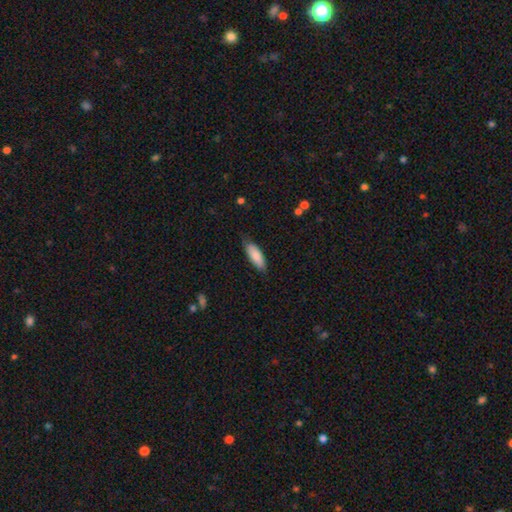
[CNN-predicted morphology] smooth_or_featured: smooth (p=0.84) [alt: featured or disk p=0.11]
how_rounded: in between (p=0.69) [alt: cigar-shaped p=0.30]
merging: none (p=0.75) [alt: minor disturbance p=0.20]